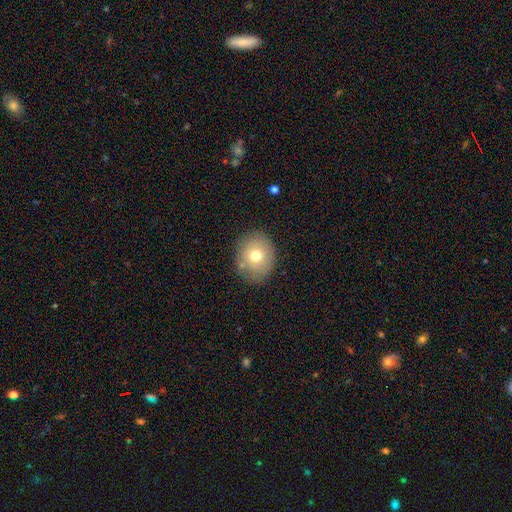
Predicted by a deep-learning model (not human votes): Smooth or featured?
  - smooth: 70% *
  - featured or disk: 19%
  - star or artifact: 10%
How rounded?
  - round: 64% *
  - in between: 35%
  - cigar-shaped: 1%
Merging?
  - none: 80% *
  - minor disturbance: 13%
  - major disturbance: 4%
  - merger: 3%